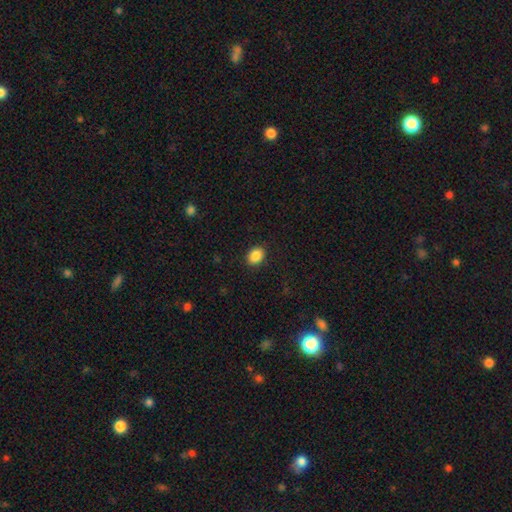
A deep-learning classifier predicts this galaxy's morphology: A smooth galaxy with no disk features (88%) that is in between round and cigar-shaped (69%).

Vote fractions:
- Smooth or featured? smooth: 88% / star or artifact: 8% / featured or disk: 4%
- How rounded? in between: 69% / round: 30% / cigar-shaped: 1%
- Merging? none: 89% / minor disturbance: 8% / major disturbance: 2% / merger: 1%